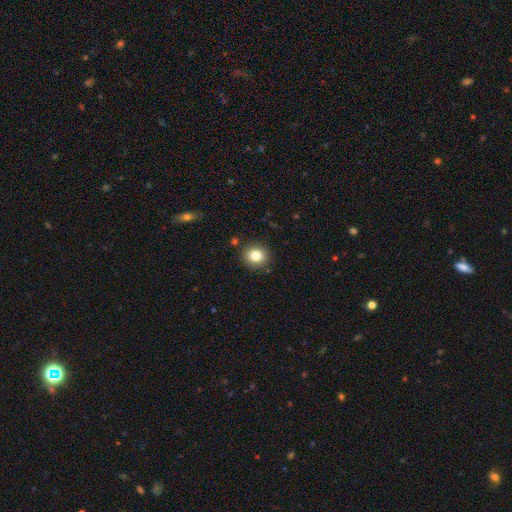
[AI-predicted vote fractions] Smooth or featured? Predicted: smooth (p=0.80). How rounded? Predicted: round (p=0.84). Merging? Predicted: none (p=0.88).